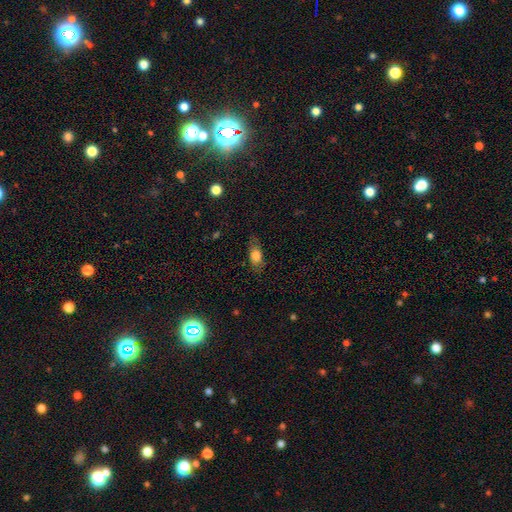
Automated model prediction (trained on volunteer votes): smooth-or-featured: smooth: 74% | featured or disk: 17% | star or artifact: 9%
  how-rounded: in between: 75% | cigar-shaped: 15% | round: 10%
  merging: none: 72% | minor disturbance: 20% | major disturbance: 7% | merger: 1%